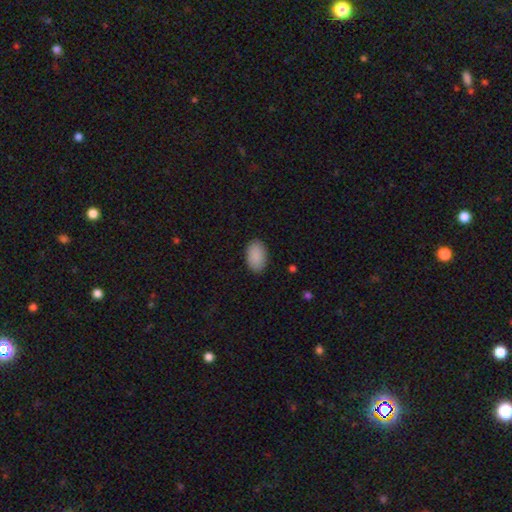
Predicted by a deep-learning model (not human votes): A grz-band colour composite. It shows a smooth galaxy with no disk features (91%) that is in between round and cigar-shaped (93%). Merging: none (88%).